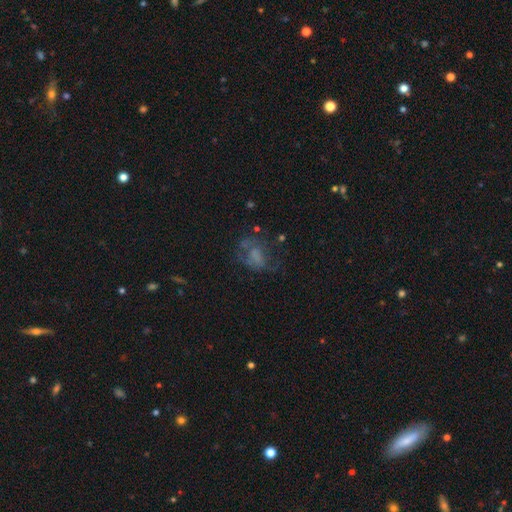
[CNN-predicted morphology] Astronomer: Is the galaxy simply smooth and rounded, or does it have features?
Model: smooth — 41%, tied with featured or disk at 41%.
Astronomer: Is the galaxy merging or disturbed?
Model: none — 40% (runner-up: major disturbance, 34%).